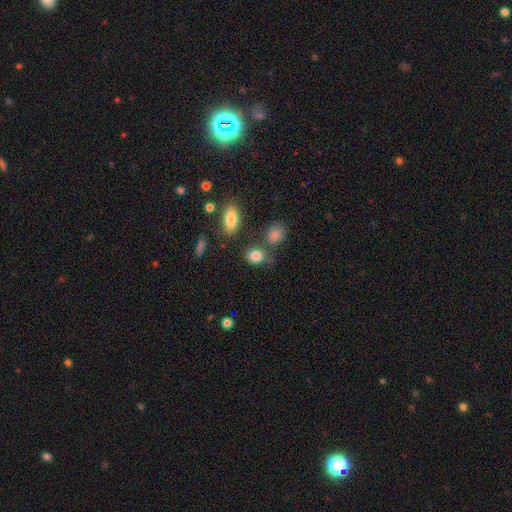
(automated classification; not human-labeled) Smooth or featured: smooth — 84% (star or artifact — 10%)
How rounded: in between — 58% (round — 40%)
Merging: none — 63% (minor disturbance — 17%)